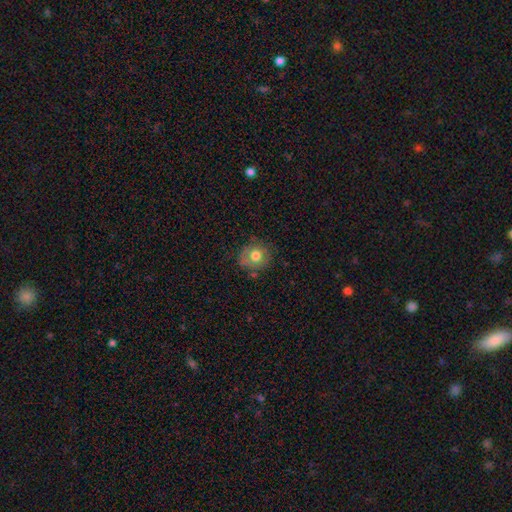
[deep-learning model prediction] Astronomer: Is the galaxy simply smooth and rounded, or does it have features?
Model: smooth — 71%.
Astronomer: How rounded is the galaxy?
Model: round — 80%.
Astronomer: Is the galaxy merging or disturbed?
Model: none — 71%.